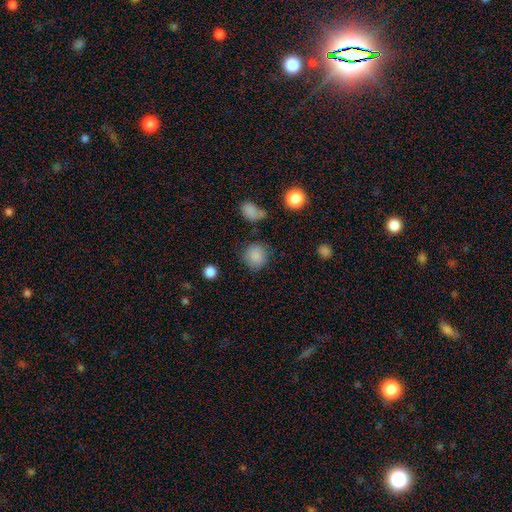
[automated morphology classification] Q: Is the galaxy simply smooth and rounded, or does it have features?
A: smooth — 85%.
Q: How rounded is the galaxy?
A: round — 88%.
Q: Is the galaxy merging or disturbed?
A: none — 80%.